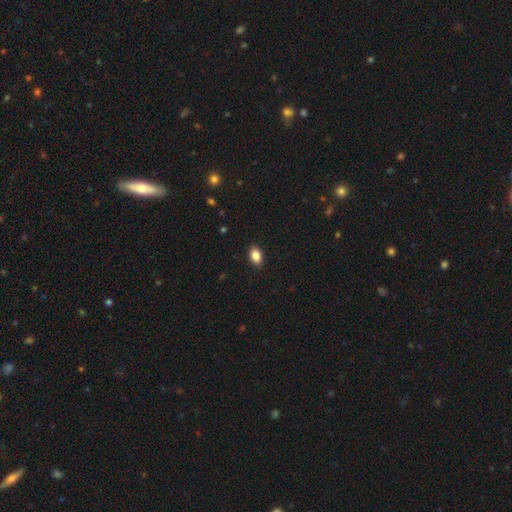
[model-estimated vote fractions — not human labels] This appears to be a smooth galaxy with no disk features (87%) that is in between round and cigar-shaped (88%). Merging: none (90%).